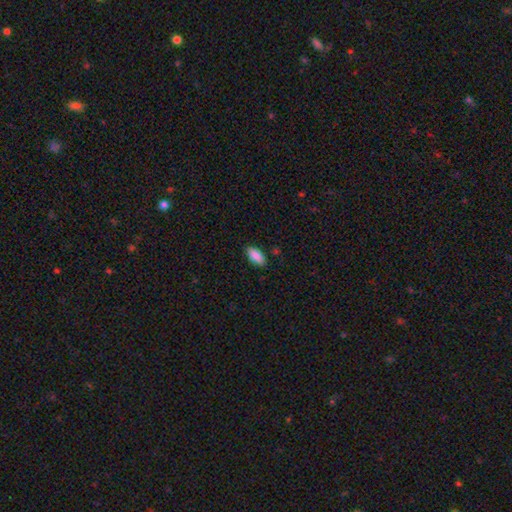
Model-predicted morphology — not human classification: smooth_or_featured: smooth (p=0.89) [alt: star or artifact p=0.06]
how_rounded: in between (p=0.89) [alt: cigar-shaped p=0.09]
merging: none (p=0.87) [alt: minor disturbance p=0.10]